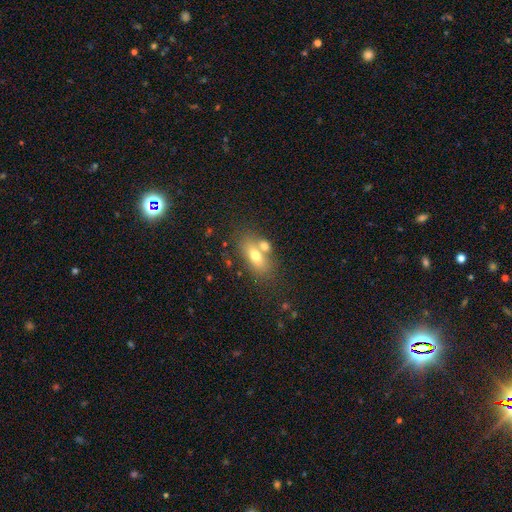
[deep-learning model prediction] Overall: smooth (68%). How rounded: in between (82%). Merging: none (55%; merger 28%).